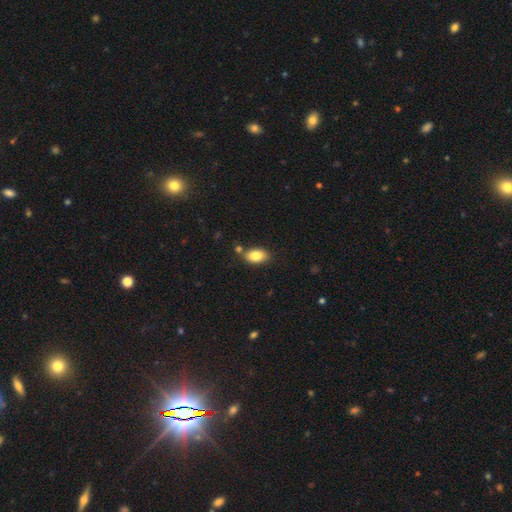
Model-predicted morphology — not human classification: Smooth or featured?
  - smooth: 83% *
  - featured or disk: 9%
  - star or artifact: 8%
How rounded?
  - in between: 89% *
  - round: 9%
  - cigar-shaped: 2%
Merging?
  - none: 75% *
  - minor disturbance: 13%
  - merger: 9%
  - major disturbance: 3%